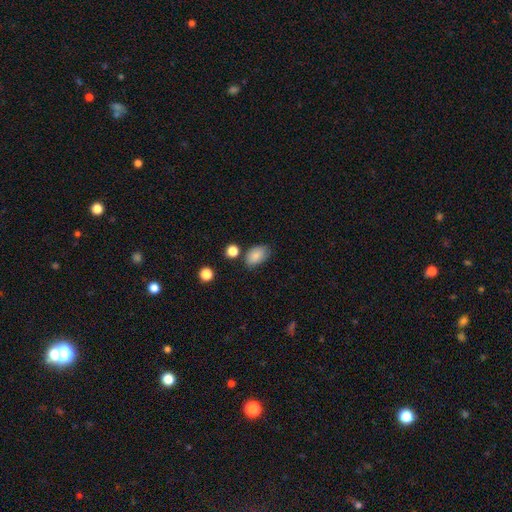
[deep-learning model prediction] Smooth or featured? smooth (84%)
How rounded? in between (89%)
Merging? none (71%)